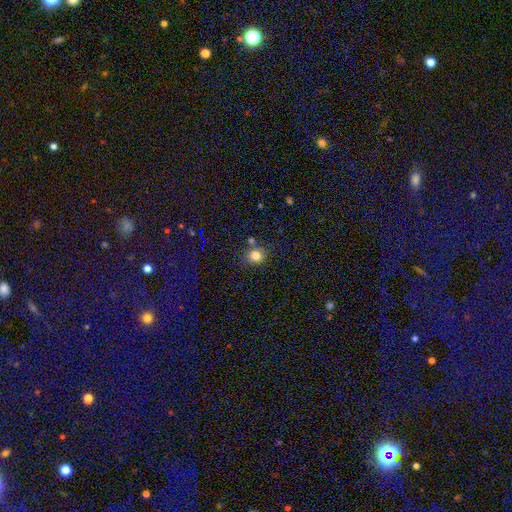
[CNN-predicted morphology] type=smooth (80%); roundness=round (76%); merging=none (74%).